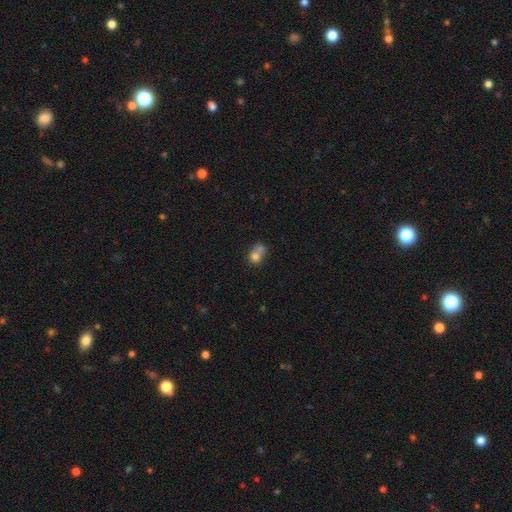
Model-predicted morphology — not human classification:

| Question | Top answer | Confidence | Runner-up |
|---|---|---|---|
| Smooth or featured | smooth | 74% | featured or disk (15%) |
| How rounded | round | 64% | in between (35%) |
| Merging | merger | 56% | none (28%) |